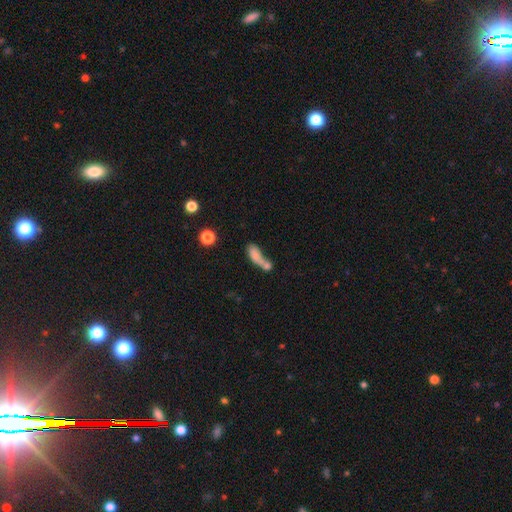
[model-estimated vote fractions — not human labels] The model was most divided on "how rounded": in between: 65%, cigar-shaped: 26%, round: 8%. More confident: smooth or featured — smooth (69%); merging — merger (59%).